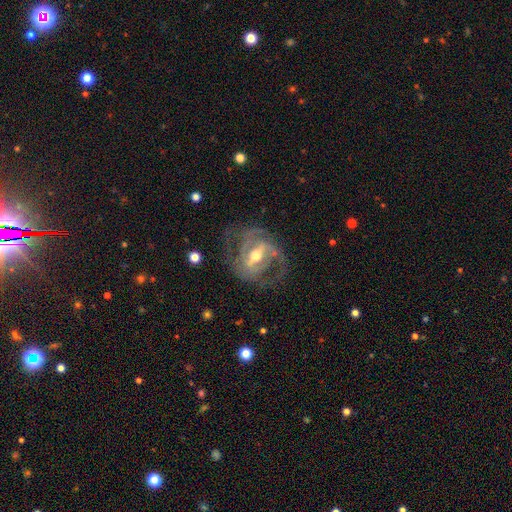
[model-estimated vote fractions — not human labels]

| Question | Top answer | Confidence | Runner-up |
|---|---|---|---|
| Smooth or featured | featured or disk | 87% | smooth (8%) |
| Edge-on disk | no | 95% | yes (5%) |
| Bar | strong | 60% | weak (30%) |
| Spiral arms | yes | 85% | no (15%) |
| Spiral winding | medium | 48% | tight (33%) |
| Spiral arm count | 2 | 70% | can't tell (13%) |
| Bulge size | moderate | 72% | small (19%) |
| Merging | none | 64% | minor disturbance (17%) |